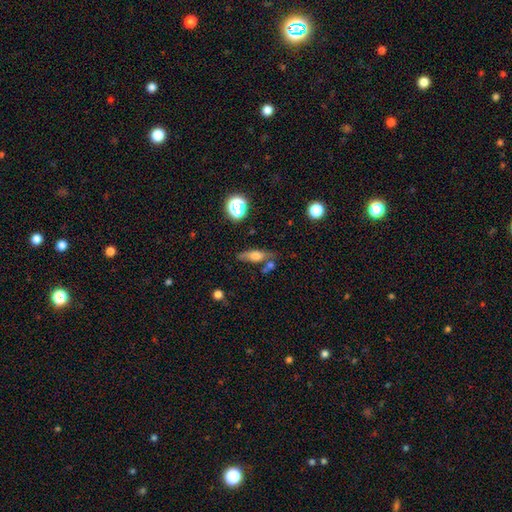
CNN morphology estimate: A smooth galaxy with no disk features (56%) that is in between round and cigar-shaped (56%). Merging: none (59%).